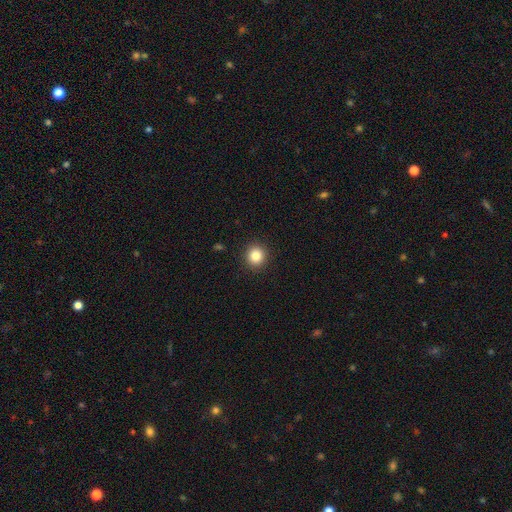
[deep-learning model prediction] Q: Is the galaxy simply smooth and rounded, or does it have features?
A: smooth — 85%.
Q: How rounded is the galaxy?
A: round — 90%.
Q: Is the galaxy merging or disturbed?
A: none — 92%.